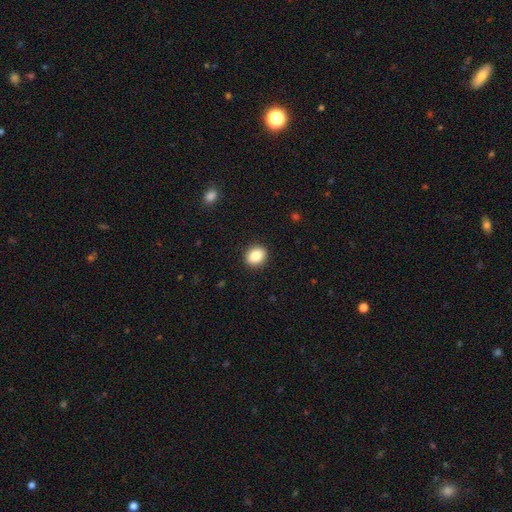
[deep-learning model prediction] A smooth galaxy with no disk features (87%) that is round (57%).

Vote fractions:
- Smooth or featured? smooth: 87% / star or artifact: 8% / featured or disk: 5%
- How rounded? round: 57% / in between: 42% / cigar-shaped: 1%
- Merging? none: 91% / minor disturbance: 6% / major disturbance: 2% / merger: 1%